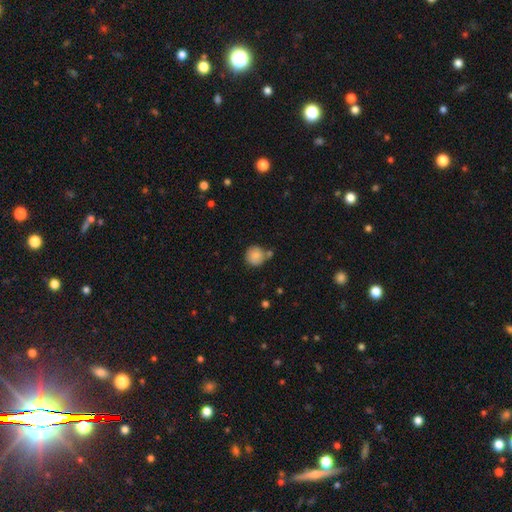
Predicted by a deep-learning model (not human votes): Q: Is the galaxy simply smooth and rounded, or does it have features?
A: smooth — 84%.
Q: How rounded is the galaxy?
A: round — 91%.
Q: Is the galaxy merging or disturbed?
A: none — 64%.